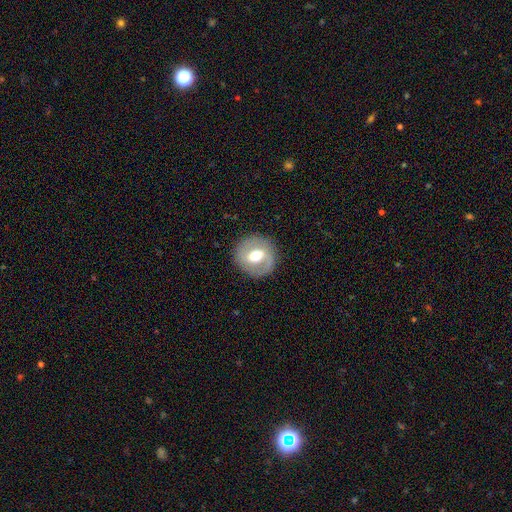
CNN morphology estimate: This is possibly a featured or disk galaxy (56%). It is clearly not viewed edge-on (94%). Bar: possibly weak (47%). Spiral arm pattern: possibly no (52%). Central bulge: likely moderate (68%). Merging: clearly none (86%).